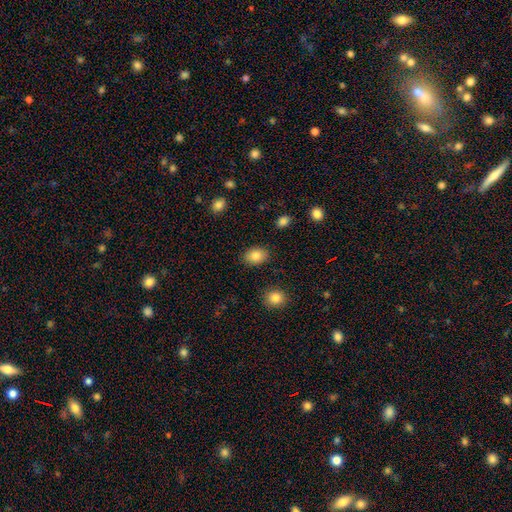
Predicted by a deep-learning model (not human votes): Smooth or featured? smooth (83%)
How rounded? in between (74%)
Merging? none (88%)